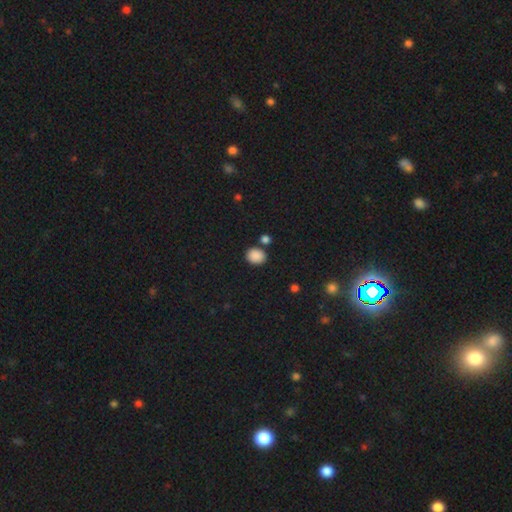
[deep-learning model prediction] Smooth or featured: smooth — 87% (star or artifact — 10%)
How rounded: round — 63% (in between — 36%)
Merging: none — 79% (minor disturbance — 9%)